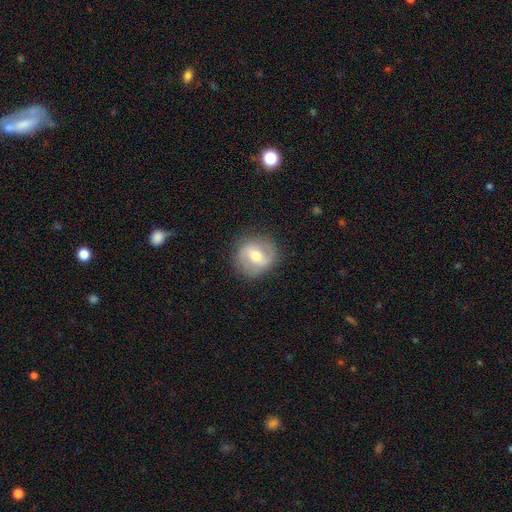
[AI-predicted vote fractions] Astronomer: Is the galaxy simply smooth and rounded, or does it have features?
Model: featured or disk — 56% (runner-up: smooth, 37%).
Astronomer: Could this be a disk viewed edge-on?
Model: no — 93%.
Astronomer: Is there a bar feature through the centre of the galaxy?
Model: weak — 43% (runner-up: strong, 40%).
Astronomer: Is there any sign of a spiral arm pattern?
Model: yes — 55% (runner-up: no, 45%).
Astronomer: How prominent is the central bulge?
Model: moderate — 69%.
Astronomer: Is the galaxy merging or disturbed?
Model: none — 84%.